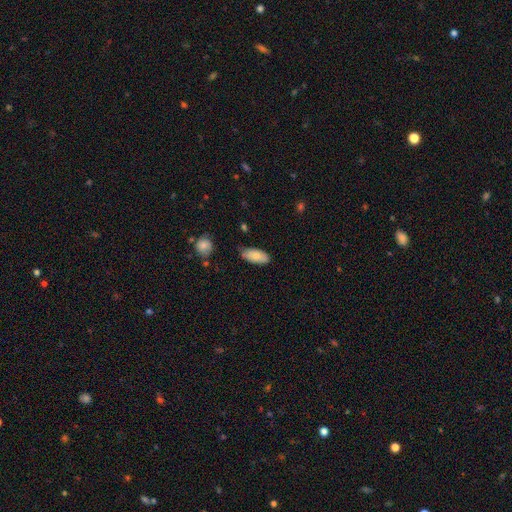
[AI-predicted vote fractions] Smooth or featured: smooth — 81% (featured or disk — 13%)
How rounded: in between — 89% (cigar-shaped — 9%)
Merging: none — 75% (minor disturbance — 20%)